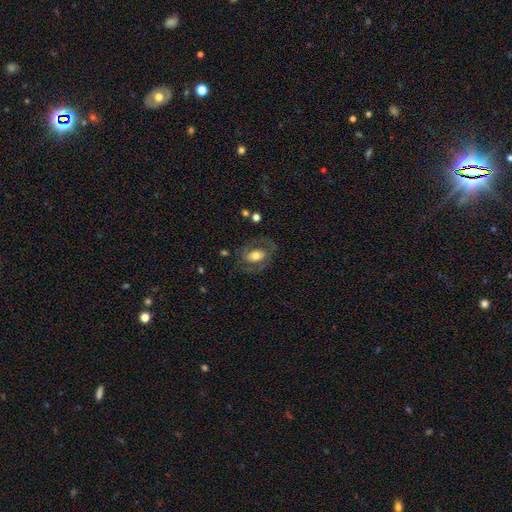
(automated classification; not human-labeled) Morphology: type=smooth (47%); merging=none (69%).